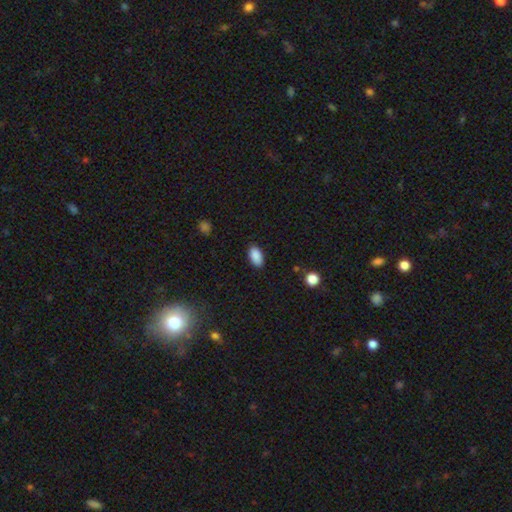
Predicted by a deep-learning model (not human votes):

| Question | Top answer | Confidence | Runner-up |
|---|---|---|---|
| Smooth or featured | smooth | 89% | star or artifact (8%) |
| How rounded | in between | 94% | round (4%) |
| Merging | none | 86% | minor disturbance (10%) |